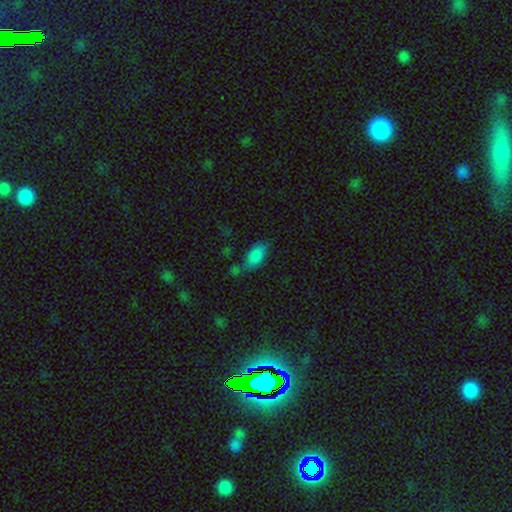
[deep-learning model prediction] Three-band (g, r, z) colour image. It shows a smooth galaxy with no disk features (84%) that is in between round and cigar-shaped (92%). Merging: none (51%).